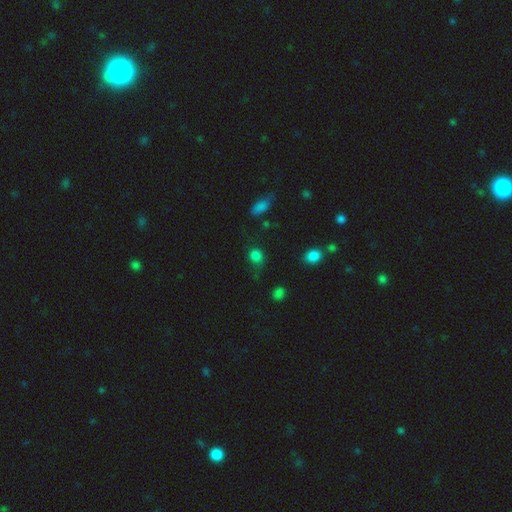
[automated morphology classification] A smooth galaxy with no disk features (79%) that is round (69%). Merging: none (55%).